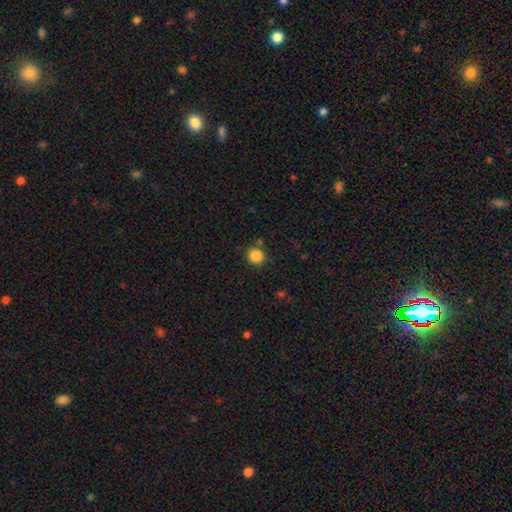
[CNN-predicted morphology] Smooth or featured?
  - smooth: 86% *
  - star or artifact: 11%
  - featured or disk: 3%
How rounded?
  - round: 93% *
  - in between: 7%
  - cigar-shaped: 1%
Merging?
  - none: 83% *
  - minor disturbance: 9%
  - merger: 5%
  - major disturbance: 3%